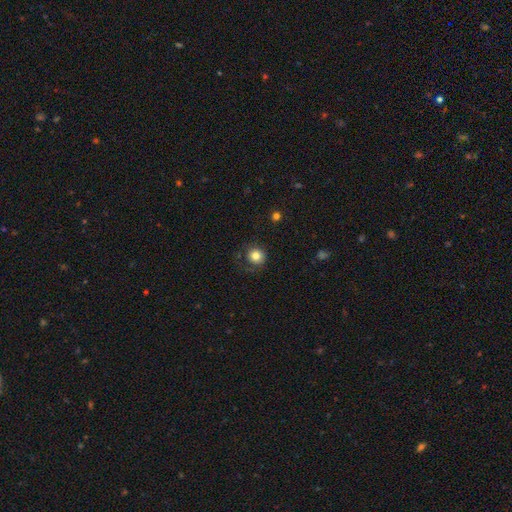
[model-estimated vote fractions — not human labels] Smooth or featured? Predicted: smooth (p=0.81). How rounded? Predicted: round (p=0.90). Merging? Predicted: none (p=0.74).